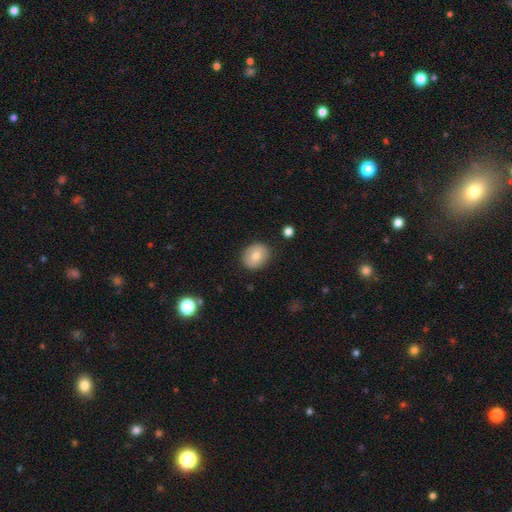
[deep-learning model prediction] Smooth or featured: smooth — 72% (featured or disk — 19%)
How rounded: round — 61% (in between — 38%)
Merging: none — 86% (minor disturbance — 10%)